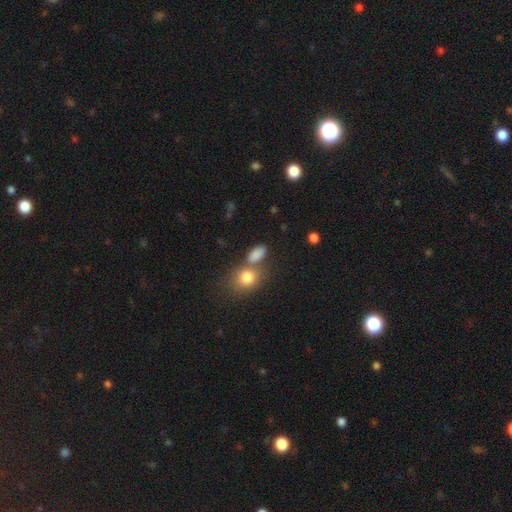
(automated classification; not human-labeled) Smooth or featured?
  - smooth: 77% *
  - star or artifact: 13%
  - featured or disk: 9%
How rounded?
  - in between: 70% *
  - round: 26%
  - cigar-shaped: 4%
Merging?
  - none: 49% *
  - merger: 34%
  - minor disturbance: 12%
  - major disturbance: 5%